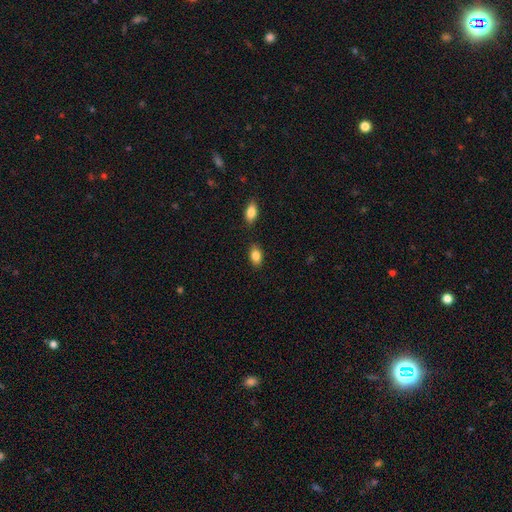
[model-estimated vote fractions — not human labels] A smooth galaxy with no disk features (86%) that is in between round and cigar-shaped (88%). Merging: none (83%).